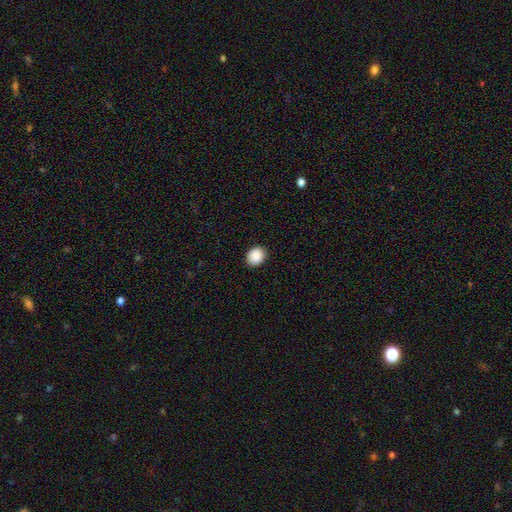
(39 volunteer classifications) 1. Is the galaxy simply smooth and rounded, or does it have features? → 100% smooth, 0% featured or disk, 0% star or artifact.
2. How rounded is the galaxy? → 69% round, 31% in between, 0% cigar-shaped.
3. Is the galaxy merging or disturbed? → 85% none, 13% minor disturbance, 3% major disturbance, 0% merger.